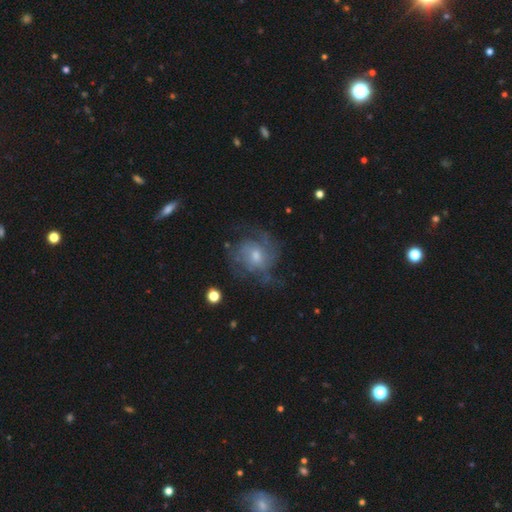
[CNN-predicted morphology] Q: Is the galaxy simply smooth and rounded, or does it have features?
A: featured or disk — 71%.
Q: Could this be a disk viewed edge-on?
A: no — 97%.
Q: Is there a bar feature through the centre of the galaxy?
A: no — 66%.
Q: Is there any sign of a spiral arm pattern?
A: yes — 84%.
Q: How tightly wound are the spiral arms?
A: tight — 41%, tied with medium.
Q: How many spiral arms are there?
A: can't tell — 41%.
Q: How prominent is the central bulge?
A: moderate — 47%.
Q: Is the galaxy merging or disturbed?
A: none — 62%.